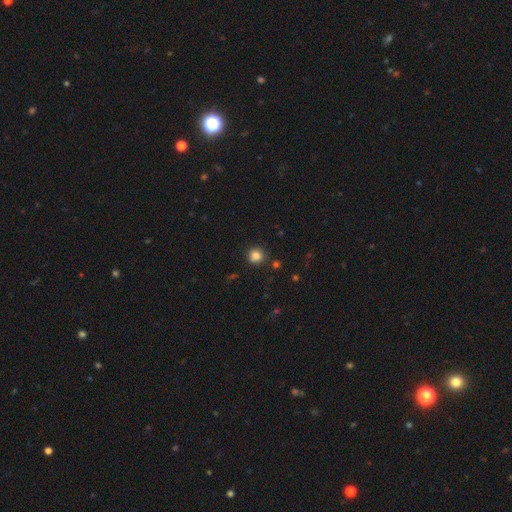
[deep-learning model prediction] smooth-or-featured: smooth: 84% | star or artifact: 12% | featured or disk: 5%
  how-rounded: round: 87% | in between: 12% | cigar-shaped: 1%
  merging: none: 83% | minor disturbance: 11% | merger: 4% | major disturbance: 3%